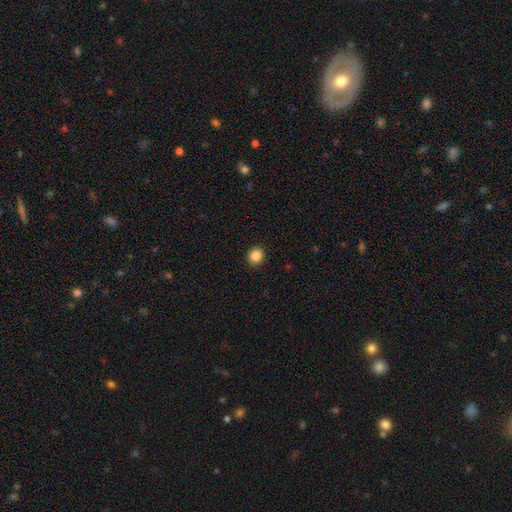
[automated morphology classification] smooth 86%, star or artifact 10%, featured or disk 4%. Down the decision tree: how rounded — round (85%); merging — none (92%).